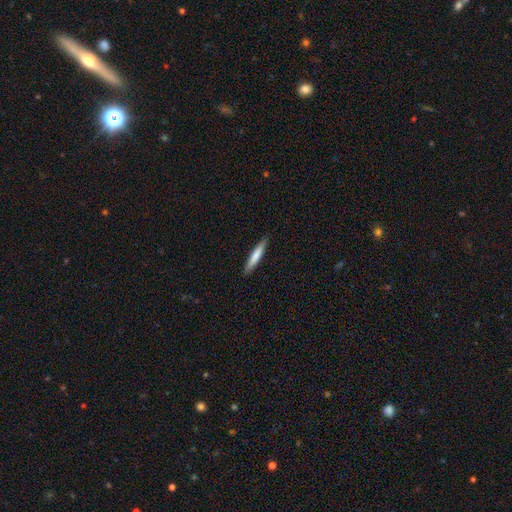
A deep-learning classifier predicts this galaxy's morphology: This appears to be a smooth galaxy with no disk features (72%) that is cigar-shaped (92%). Merging: none (89%).